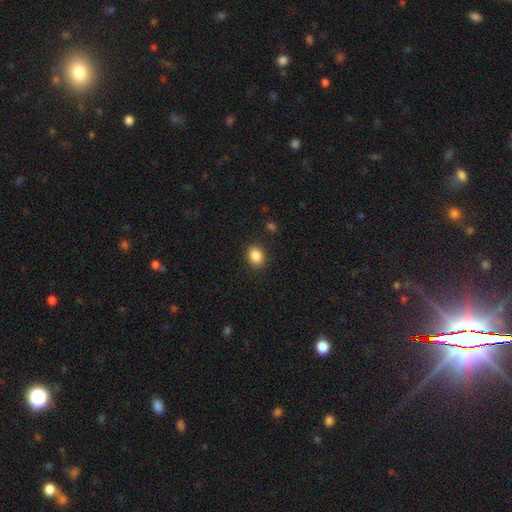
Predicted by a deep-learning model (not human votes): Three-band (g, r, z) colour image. It shows a smooth galaxy with no disk features (87%) that is in between round and cigar-shaped (55%). Merging: none (88%).